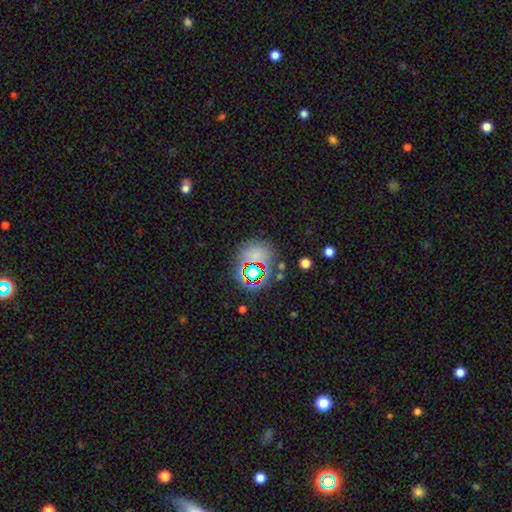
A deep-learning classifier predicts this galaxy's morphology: This appears to be a smooth galaxy with no disk features (46%). Merging: none (71%).